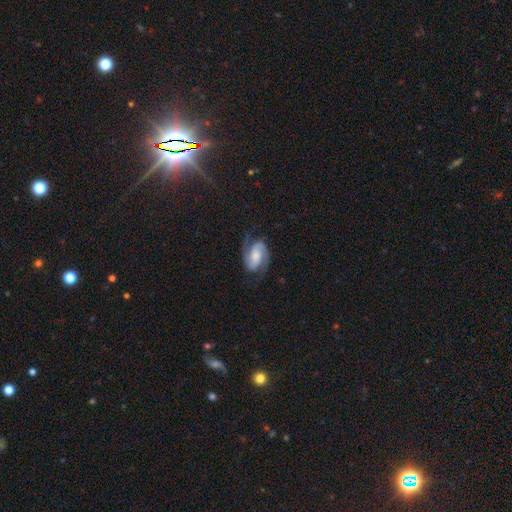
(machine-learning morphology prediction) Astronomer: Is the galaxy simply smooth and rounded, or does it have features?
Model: featured or disk — 81%.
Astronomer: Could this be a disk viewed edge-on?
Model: no — 97%.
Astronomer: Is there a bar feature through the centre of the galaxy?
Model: no — 49% (runner-up: weak, 34%).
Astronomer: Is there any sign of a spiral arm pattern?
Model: yes — 97%.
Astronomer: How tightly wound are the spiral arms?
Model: medium — 49% (runner-up: tight, 29%).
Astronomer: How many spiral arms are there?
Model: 2 — 92%.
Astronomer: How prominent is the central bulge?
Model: moderate — 33% (runner-up: large, 24%).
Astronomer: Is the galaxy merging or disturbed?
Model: none — 72%.